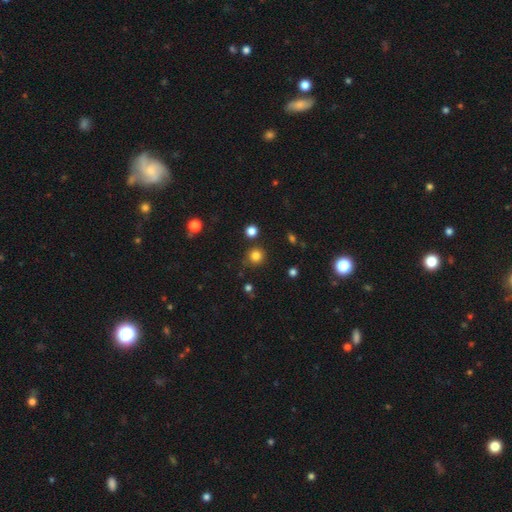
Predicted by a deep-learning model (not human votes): Morphology: type=smooth (82%); roundness=round (92%); merging=none (84%).